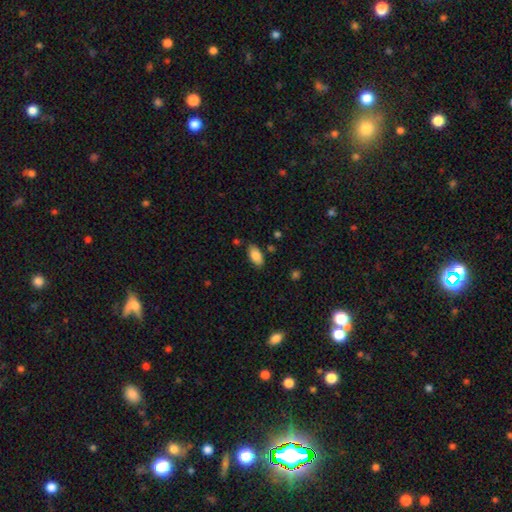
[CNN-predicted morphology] Smooth or featured: smooth — 86% (featured or disk — 7%)
How rounded: in between — 92% (cigar-shaped — 5%)
Merging: none — 82% (minor disturbance — 13%)